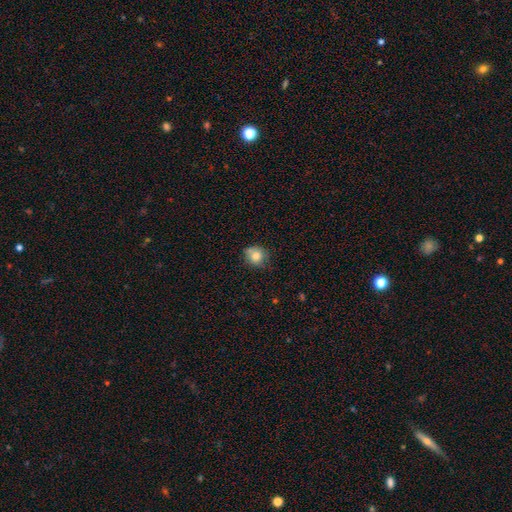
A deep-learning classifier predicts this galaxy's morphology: The model was most divided on "merging": none: 68%, minor disturbance: 20%, merger: 8%, major disturbance: 4%. More confident: how rounded — round (84%); smooth or featured — smooth (80%).